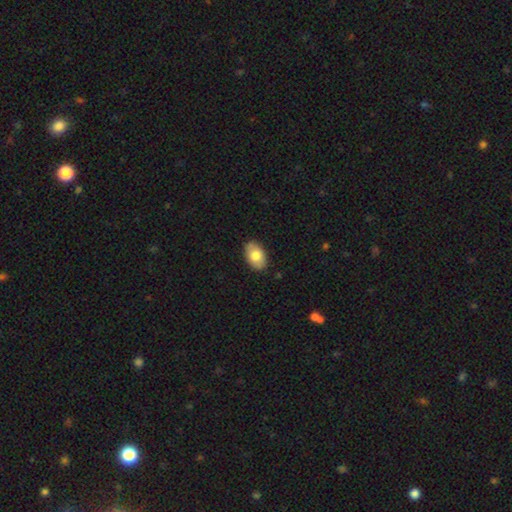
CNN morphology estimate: Q: Smooth or featured?
A: smooth (78%); runner-up: featured or disk (16%)
Q: How rounded?
A: in between (93%); runner-up: round (6%)
Q: Merging?
A: none (87%); runner-up: minor disturbance (10%)